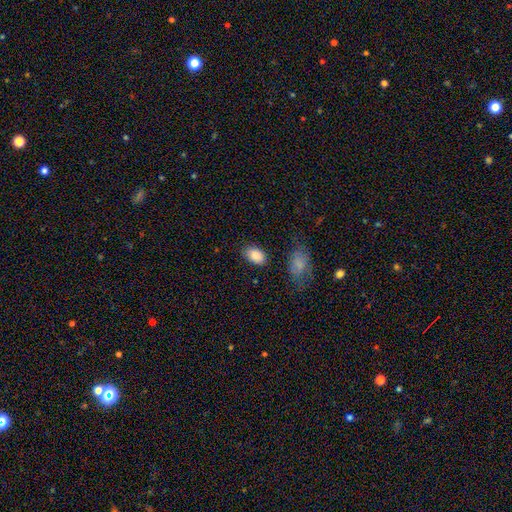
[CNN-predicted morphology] Overall: smooth (89%). How rounded: in between (89%). Merging: none (79%).